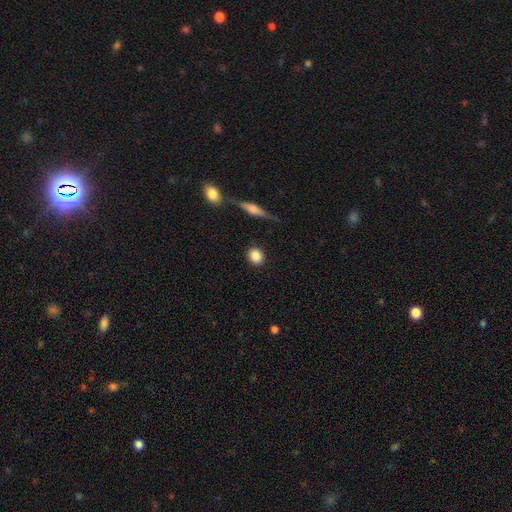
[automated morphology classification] smooth 86%, star or artifact 8%, featured or disk 6%. Down the decision tree: how rounded — round (74%); merging — none (87%).